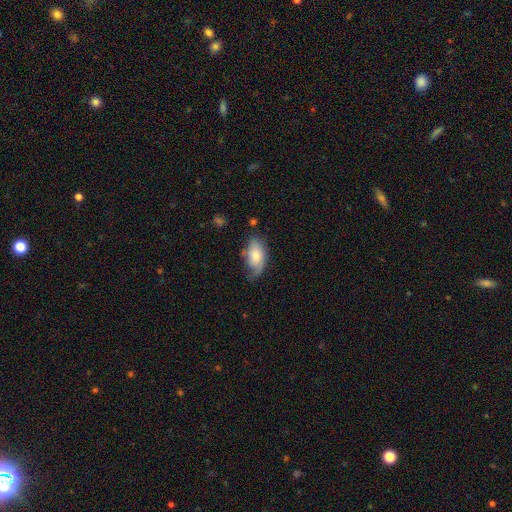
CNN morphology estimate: This is likely a smooth galaxy (70%). How rounded: clearly in between (93%). Merging: possibly none (53%).